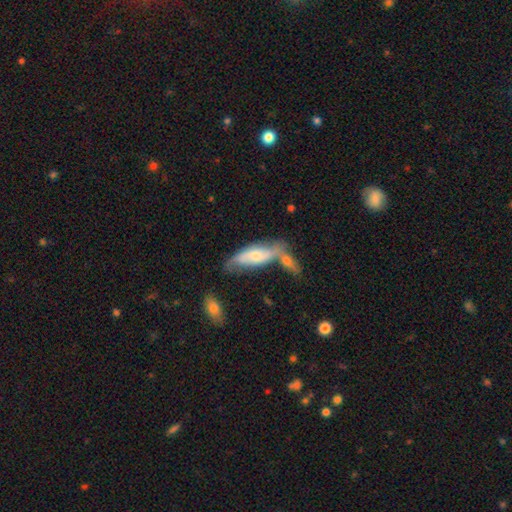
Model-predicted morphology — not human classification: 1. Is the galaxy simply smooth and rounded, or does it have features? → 50% smooth, 44% featured or disk, 6% star or artifact.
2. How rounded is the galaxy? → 58% in between, 40% cigar-shaped, 2% round.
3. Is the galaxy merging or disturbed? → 40% merger, 37% none, 17% minor disturbance, 6% major disturbance.